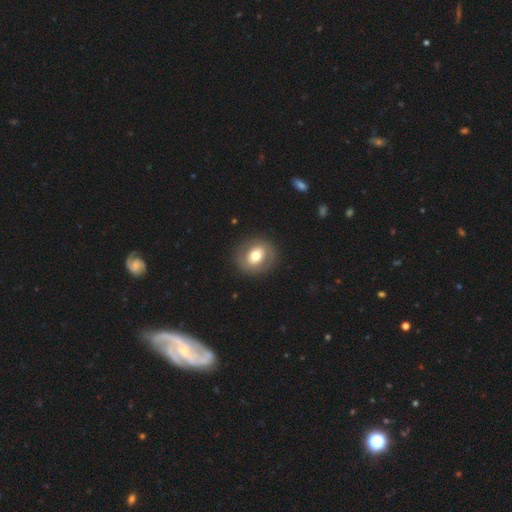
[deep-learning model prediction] Overall: smooth (61%; featured or disk 31%). How rounded: round (69%; in between 30%). Merging: none (87%).